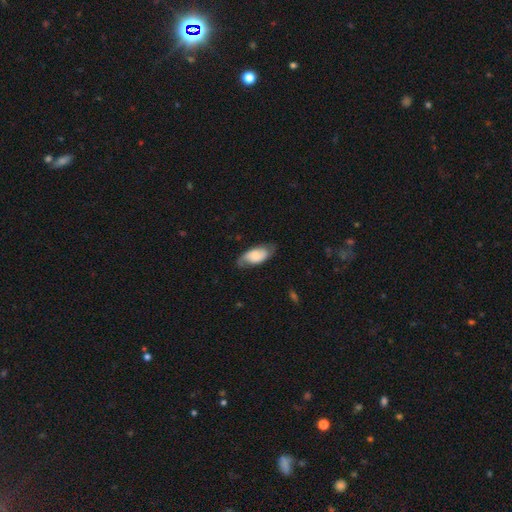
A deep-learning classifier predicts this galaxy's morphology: A smooth galaxy with no disk features (49%).

Vote fractions:
- Smooth or featured? smooth: 49% / featured or disk: 45% / star or artifact: 6%
- Merging? none: 71% / minor disturbance: 21% / major disturbance: 6% / merger: 1%